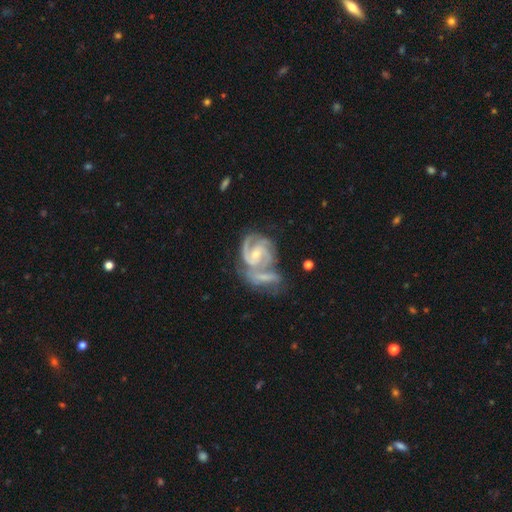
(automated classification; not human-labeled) Morphology: type=featured or disk (90%); edge-on=no (98%); bar=no (47%); spiral arms=yes (98%); winding=tight (48%); arm count=2 (64%); bulge=small (56%); merging=merger (48%).